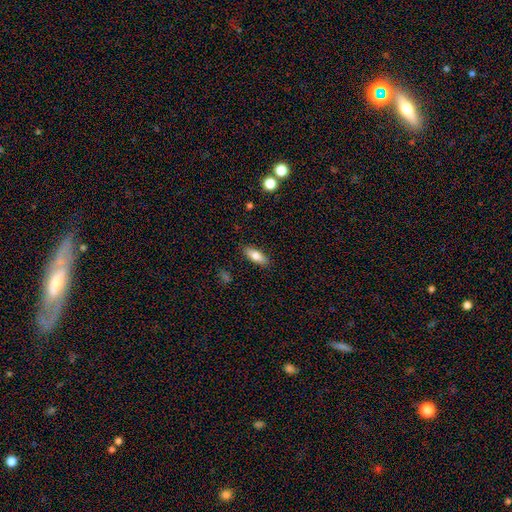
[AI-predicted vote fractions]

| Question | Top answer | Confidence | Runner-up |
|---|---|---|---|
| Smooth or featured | smooth | 77% | featured or disk (16%) |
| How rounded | in between | 72% | cigar-shaped (25%) |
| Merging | none | 88% | minor disturbance (9%) |